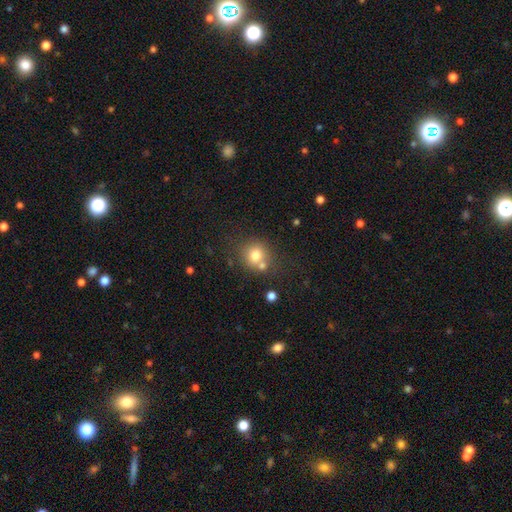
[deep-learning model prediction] Smooth or featured?
  - smooth: 75% *
  - star or artifact: 13%
  - featured or disk: 12%
How rounded?
  - round: 85% *
  - in between: 14%
  - cigar-shaped: 1%
Merging?
  - none: 58% *
  - merger: 27%
  - minor disturbance: 11%
  - major disturbance: 4%